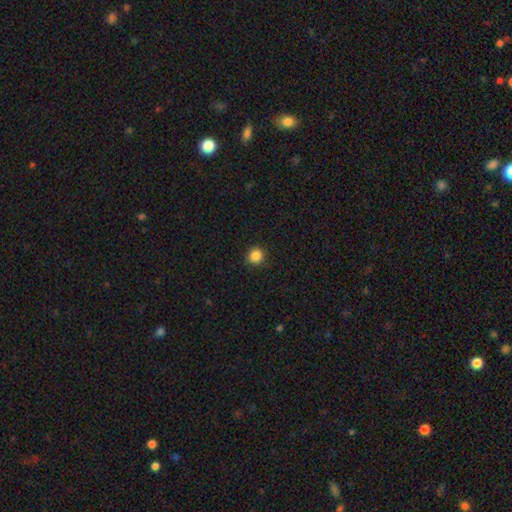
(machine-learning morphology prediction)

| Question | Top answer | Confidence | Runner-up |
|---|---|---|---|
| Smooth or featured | smooth | 86% | star or artifact (11%) |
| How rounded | round | 92% | in between (7%) |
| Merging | none | 91% | minor disturbance (7%) |